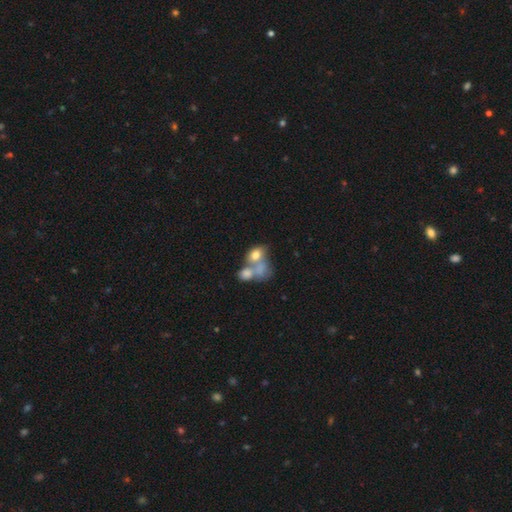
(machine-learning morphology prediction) A smooth galaxy with no disk features (67%) that is in between round and cigar-shaped (63%).

Vote fractions:
- Smooth or featured? smooth: 67% / featured or disk: 22% / star or artifact: 11%
- How rounded? in between: 63% / round: 35% / cigar-shaped: 2%
- Merging? merger: 63% / none: 20% / major disturbance: 9% / minor disturbance: 8%